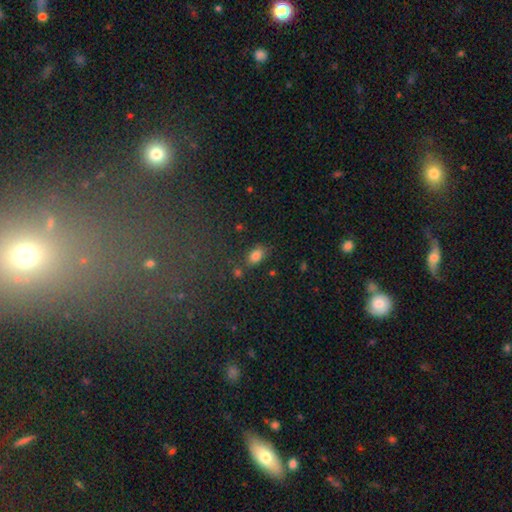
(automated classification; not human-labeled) Morphology: type=smooth (82%); roundness=in between (90%); merging=none (75%).